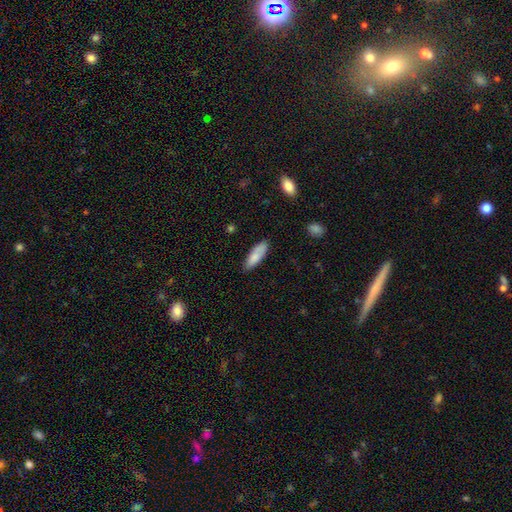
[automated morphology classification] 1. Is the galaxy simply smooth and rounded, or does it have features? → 81% smooth, 13% featured or disk, 6% star or artifact.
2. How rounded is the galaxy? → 59% in between, 39% cigar-shaped, 2% round.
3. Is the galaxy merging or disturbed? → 78% none, 17% minor disturbance, 3% major disturbance, 2% merger.